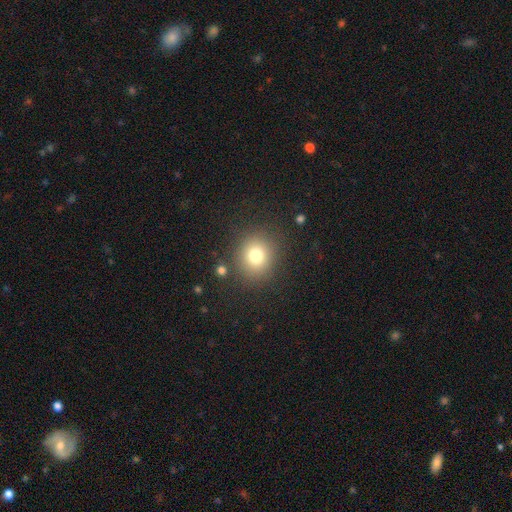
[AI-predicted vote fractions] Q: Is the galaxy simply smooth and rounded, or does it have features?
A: smooth — 77%.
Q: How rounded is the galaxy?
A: round — 81%.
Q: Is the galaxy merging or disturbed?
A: none — 84%.